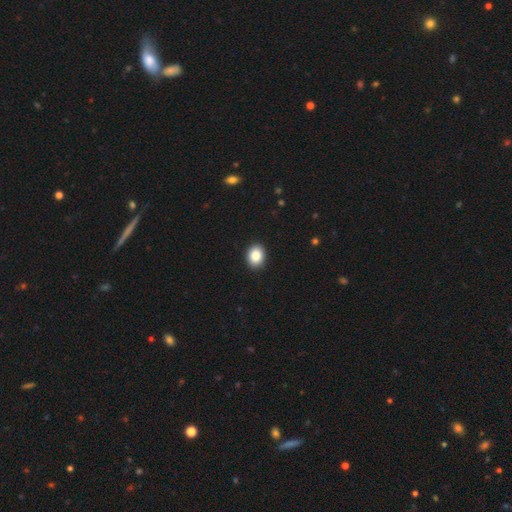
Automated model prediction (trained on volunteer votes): This appears to be a smooth galaxy with no disk features (87%) that is in between round and cigar-shaped (61%). Merging: none (91%).